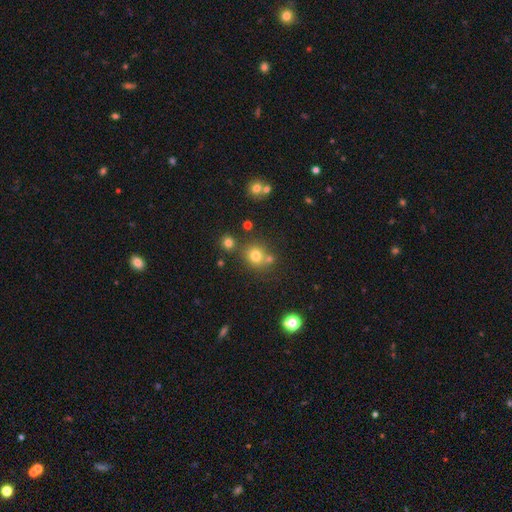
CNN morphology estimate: smooth_or_featured: smooth (p=0.75) [alt: star or artifact p=0.17]
how_rounded: round (p=0.85) [alt: in between p=0.14]
merging: none (p=0.69) [alt: merger p=0.17]